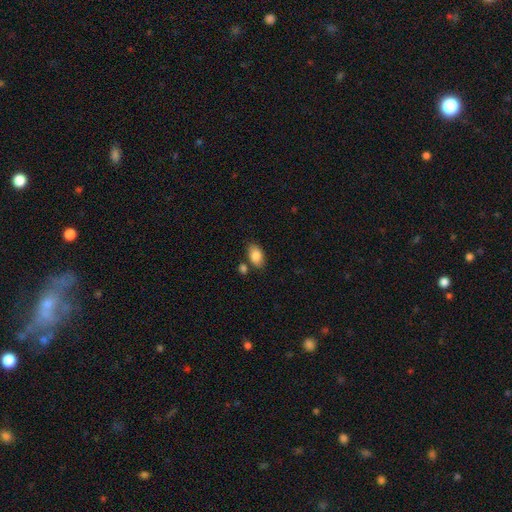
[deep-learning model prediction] Smooth or featured? smooth (85%)
How rounded? in between (92%)
Merging? none (73%)